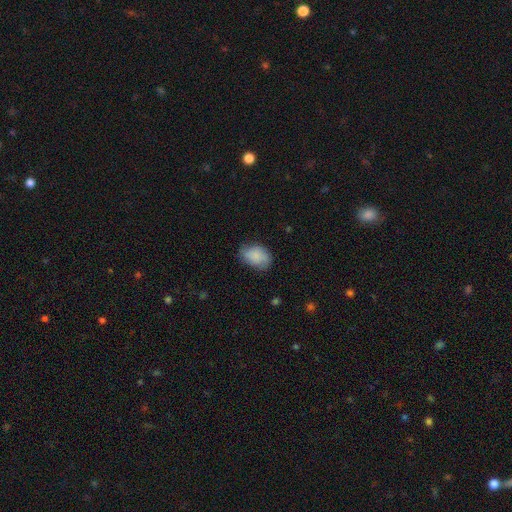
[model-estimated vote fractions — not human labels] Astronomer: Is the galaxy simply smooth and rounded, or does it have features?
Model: smooth — 79%.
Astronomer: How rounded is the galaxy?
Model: in between — 80%.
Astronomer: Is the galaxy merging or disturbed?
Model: none — 66%.